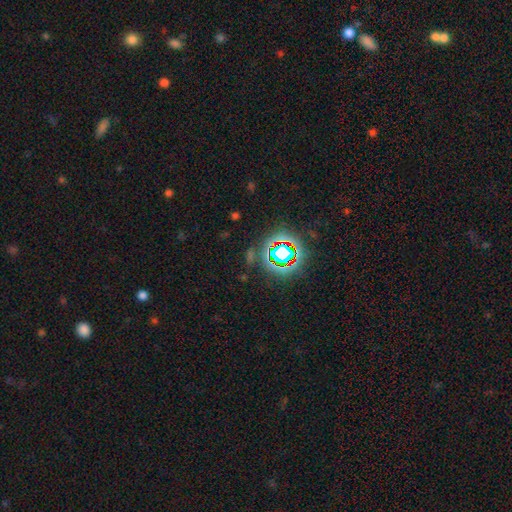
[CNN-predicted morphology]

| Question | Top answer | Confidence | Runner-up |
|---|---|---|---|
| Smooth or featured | star or artifact | 73% | smooth (17%) |